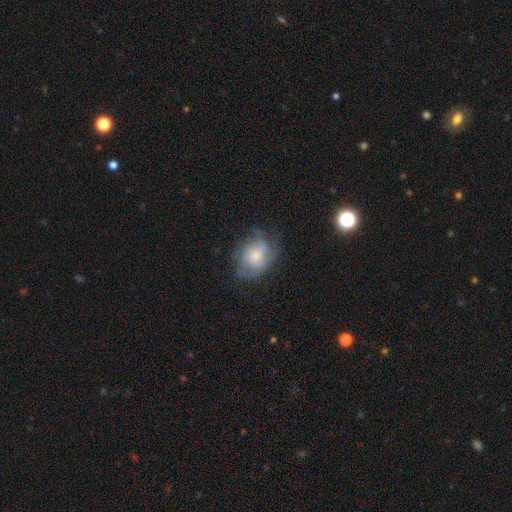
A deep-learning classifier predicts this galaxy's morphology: Smooth or featured: smooth — 46% (tied with featured or disk — 46%)
Merging: none — 54% (minor disturbance — 28%)